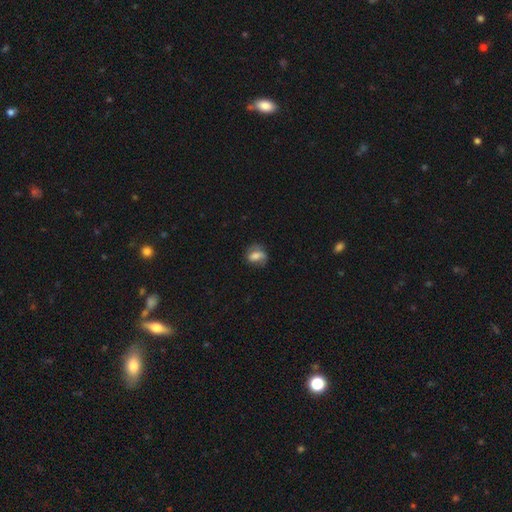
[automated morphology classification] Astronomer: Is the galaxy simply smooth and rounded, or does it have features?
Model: smooth — 65%.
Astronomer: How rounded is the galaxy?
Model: in between — 65%.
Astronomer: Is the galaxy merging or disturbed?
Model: none — 62%.